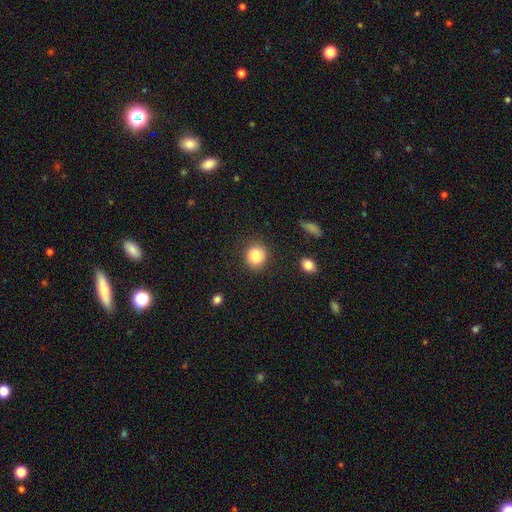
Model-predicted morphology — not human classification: Overall: smooth (85%). How rounded: round (80%). Merging: none (85%).